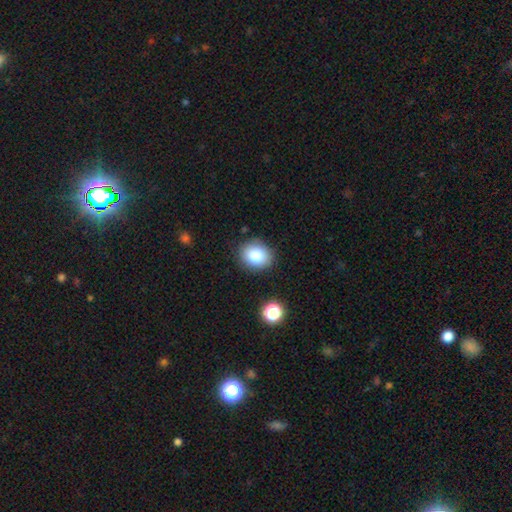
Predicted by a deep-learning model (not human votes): Q: Smooth or featured?
A: smooth (82%); runner-up: star or artifact (10%)
Q: How rounded?
A: round (59%); runner-up: in between (40%)
Q: Merging?
A: none (85%); runner-up: minor disturbance (11%)